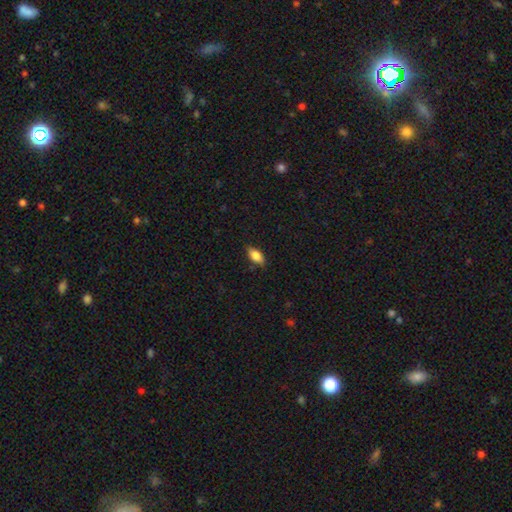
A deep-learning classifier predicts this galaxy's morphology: Q: Smooth or featured?
A: smooth (80%); runner-up: featured or disk (13%)
Q: How rounded?
A: in between (88%); runner-up: cigar-shaped (8%)
Q: Merging?
A: none (85%); runner-up: minor disturbance (12%)